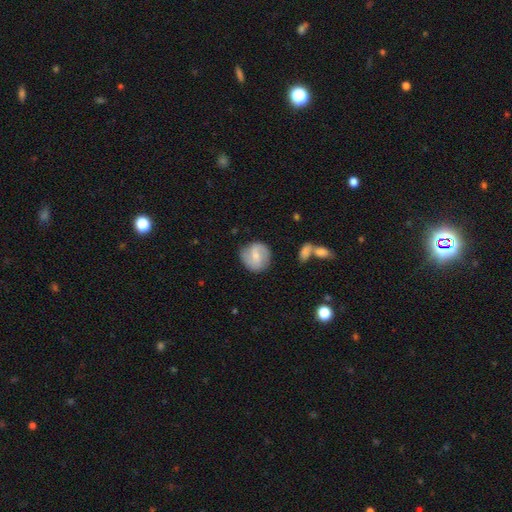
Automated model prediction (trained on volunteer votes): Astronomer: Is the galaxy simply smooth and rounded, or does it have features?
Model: featured or disk — 49% (runner-up: smooth, 45%).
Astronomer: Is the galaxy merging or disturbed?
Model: none — 78%.